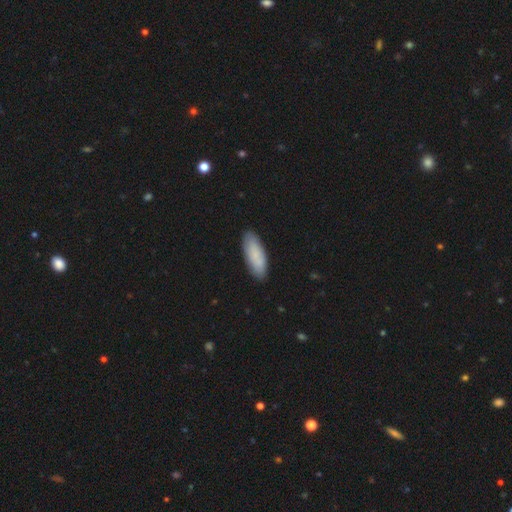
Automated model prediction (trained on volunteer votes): smooth-or-featured: smooth: 84% | featured or disk: 10% | star or artifact: 5%
  how-rounded: in between: 71% | cigar-shaped: 27% | round: 2%
  merging: none: 87% | minor disturbance: 10% | major disturbance: 2% | merger: 1%